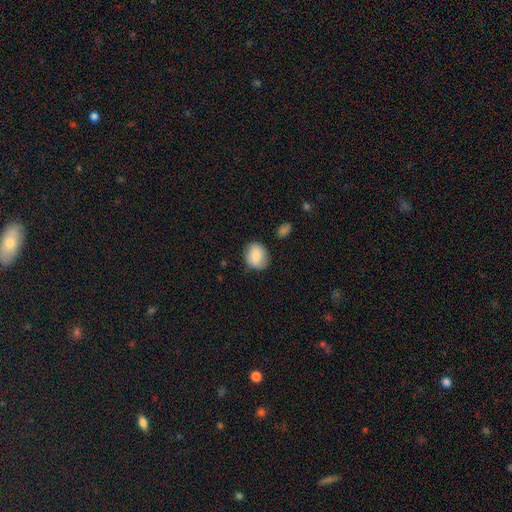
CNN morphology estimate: A smooth galaxy with no disk features (84%) that is round (58%).

Vote fractions:
- Smooth or featured? smooth: 84% / featured or disk: 9% / star or artifact: 7%
- How rounded? round: 58% / in between: 41% / cigar-shaped: 1%
- Merging? none: 76% / minor disturbance: 18% / major disturbance: 4% / merger: 2%